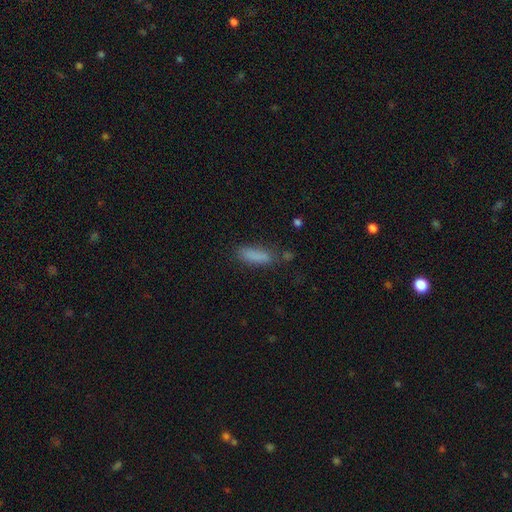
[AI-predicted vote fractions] A smooth galaxy with no disk features (84%) that is in between round and cigar-shaped (50%). Merging: none (71%).